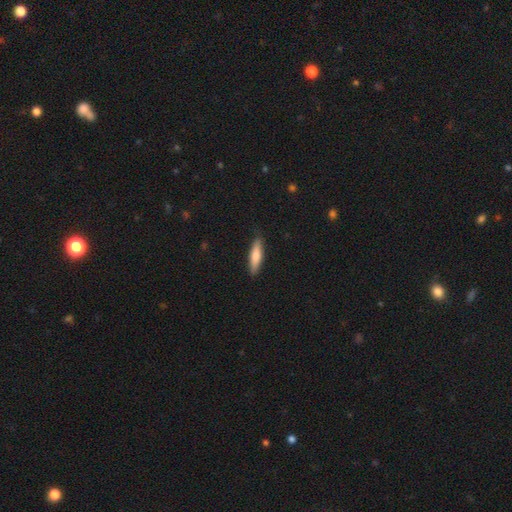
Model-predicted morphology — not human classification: A smooth galaxy with no disk features (75%) that is cigar-shaped (74%).

Vote fractions:
- Smooth or featured? smooth: 75% / featured or disk: 19% / star or artifact: 5%
- How rounded? cigar-shaped: 74% / in between: 24% / round: 2%
- Merging? none: 87% / minor disturbance: 10% / major disturbance: 2% / merger: 1%